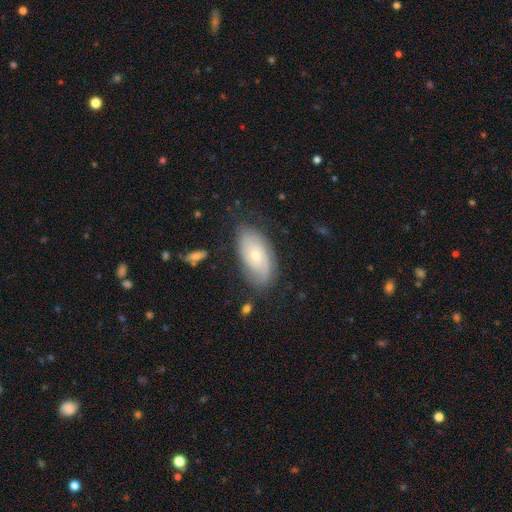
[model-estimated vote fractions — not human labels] smooth_or_featured: featured or disk (p=0.55) [alt: smooth p=0.38]
disk_edge_on: no (p=0.92) [alt: yes p=0.08]
merging: none (p=0.74) [alt: minor disturbance p=0.19]